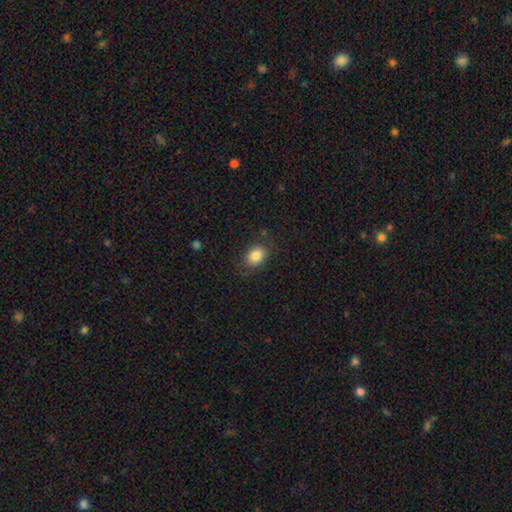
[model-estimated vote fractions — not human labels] smooth-or-featured: smooth: 84% | star or artifact: 9% | featured or disk: 7%
  how-rounded: in between: 61% | round: 38% | cigar-shaped: 1%
  merging: none: 79% | minor disturbance: 15% | major disturbance: 5% | merger: 2%